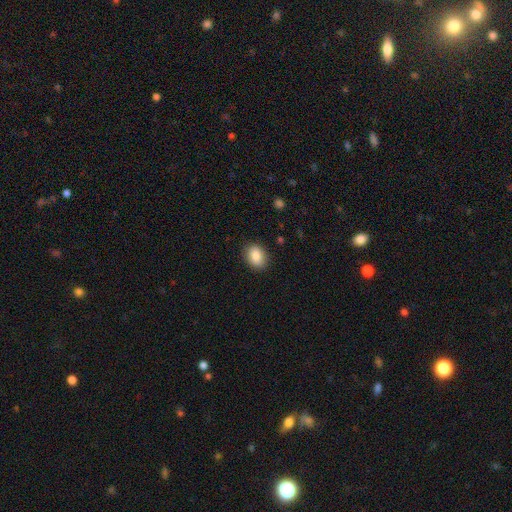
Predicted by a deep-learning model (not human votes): Morphology: type=smooth (87%); roundness=in between (67%); merging=none (87%).